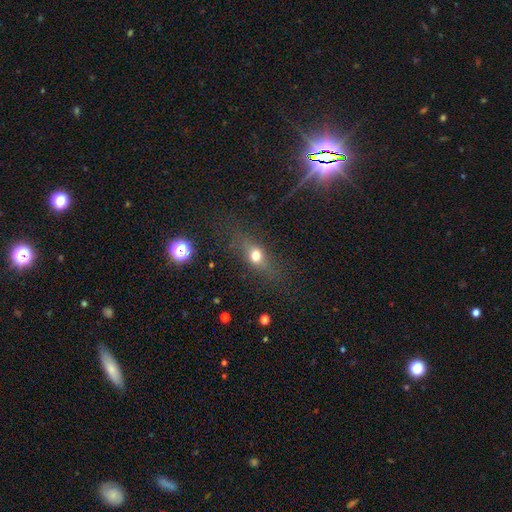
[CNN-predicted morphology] type=smooth (60%); roundness=in between (50%); merging=none (75%).